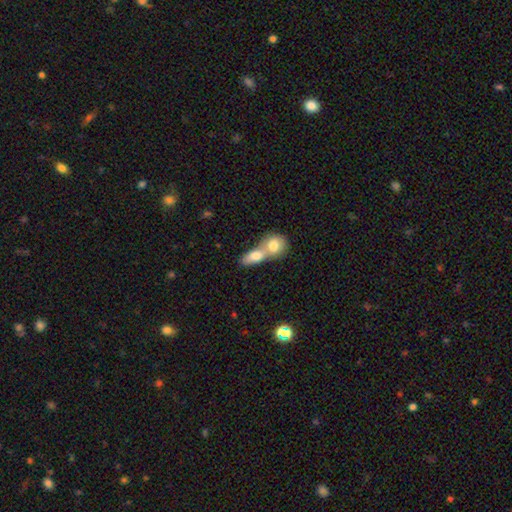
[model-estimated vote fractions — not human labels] A smooth galaxy with no disk features (76%) that is in between round and cigar-shaped (65%). Merging: merger (74%).